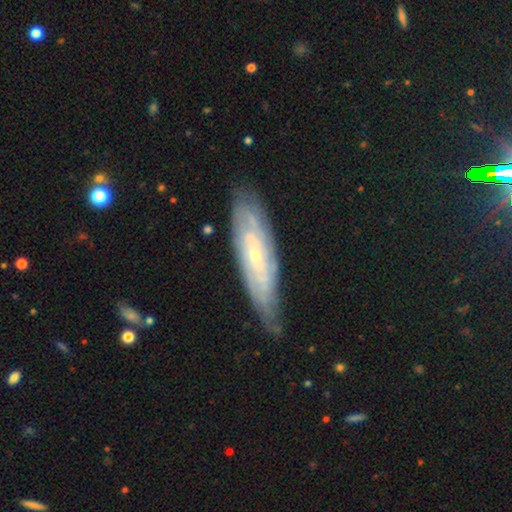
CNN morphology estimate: Smooth or featured: featured or disk — 75% (smooth — 19%)
Edge-on disk: no — 74% (yes — 26%)
Bar: no — 61% (weak — 30%)
Spiral arms: yes — 87% (no — 13%)
Bulge size: small — 78% (moderate — 19%)
Merging: none — 74% (minor disturbance — 20%)